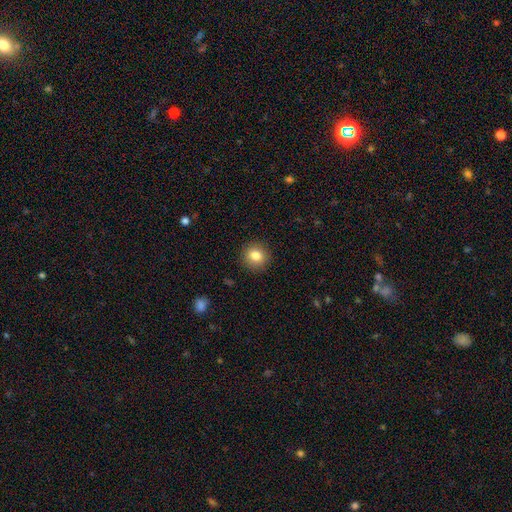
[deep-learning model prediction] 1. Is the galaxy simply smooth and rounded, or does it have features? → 83% smooth, 9% star or artifact, 8% featured or disk.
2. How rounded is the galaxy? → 89% round, 10% in between, 1% cigar-shaped.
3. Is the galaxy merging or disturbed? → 90% none, 7% minor disturbance, 2% major disturbance, 1% merger.